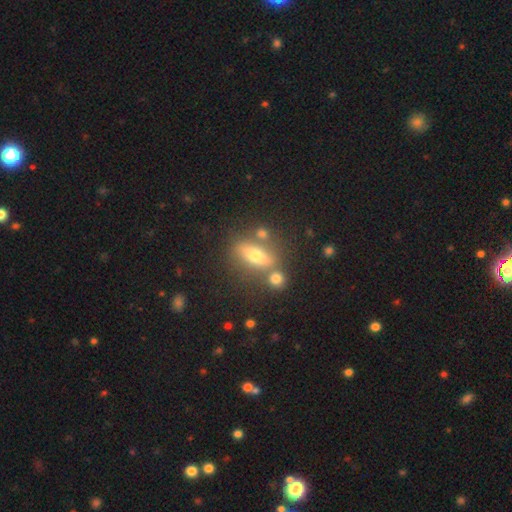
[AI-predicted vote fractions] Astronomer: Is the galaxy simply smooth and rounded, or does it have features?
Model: smooth — 58%.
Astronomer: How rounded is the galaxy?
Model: in between — 63%.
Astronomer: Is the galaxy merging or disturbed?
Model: none — 64%.